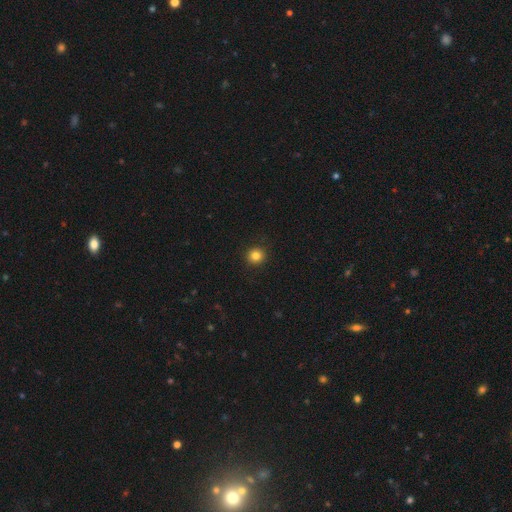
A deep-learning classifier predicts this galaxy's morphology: The model was most divided on "smooth or featured": smooth: 83%, star or artifact: 12%, featured or disk: 5%. More confident: how rounded — round (93%); merging — none (92%).